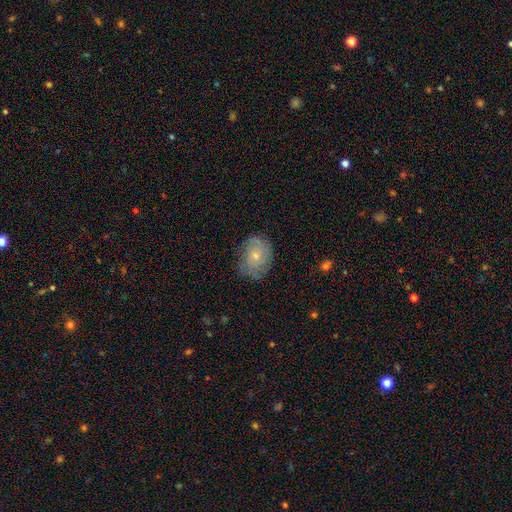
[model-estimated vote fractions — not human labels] smooth 47%, featured or disk 45%, star or artifact 8%. Down the decision tree: merging — none (67%).